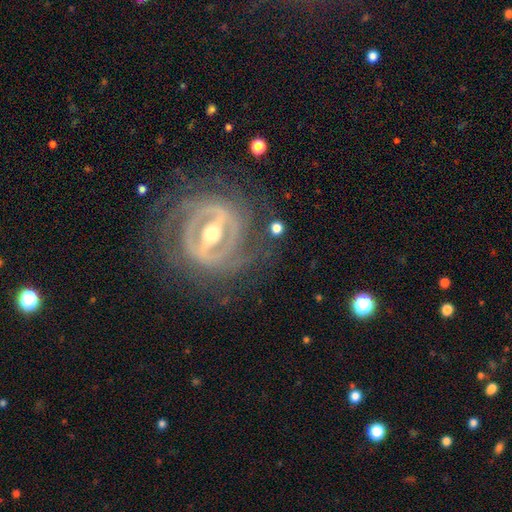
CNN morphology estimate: smooth_or_featured: featured or disk (p=0.85) [alt: star or artifact p=0.09]
disk_edge_on: no (p=0.92) [alt: yes p=0.08]
bar: strong (p=0.63) [alt: weak p=0.27]
has_spiral_arms: yes (p=0.88) [alt: no p=0.12]
spiral_winding: tight (p=0.62) [alt: medium p=0.29]
spiral_arm_count: 2 (p=0.49) [alt: can't tell p=0.24]
bulge_size: moderate (p=0.57) [alt: small p=0.36]
merging: none (p=0.76) [alt: minor disturbance p=0.13]